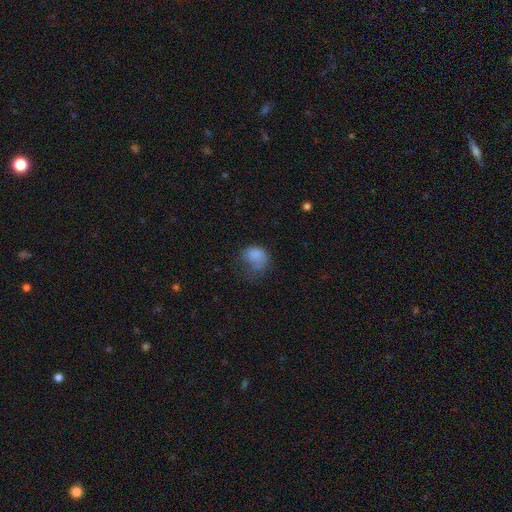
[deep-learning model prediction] smooth-or-featured: smooth: 75% | featured or disk: 14% | star or artifact: 11%
  how-rounded: in between: 54% | round: 45% | cigar-shaped: 1%
  merging: major disturbance: 44% | minor disturbance: 27% | none: 26% | merger: 3%